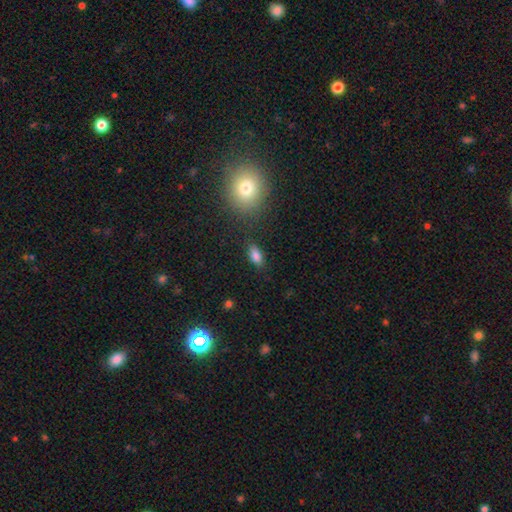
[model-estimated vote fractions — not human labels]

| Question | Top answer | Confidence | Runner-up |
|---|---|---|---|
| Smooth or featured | smooth | 83% | star or artifact (10%) |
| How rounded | in between | 88% | cigar-shaped (7%) |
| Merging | none | 83% | minor disturbance (11%) |